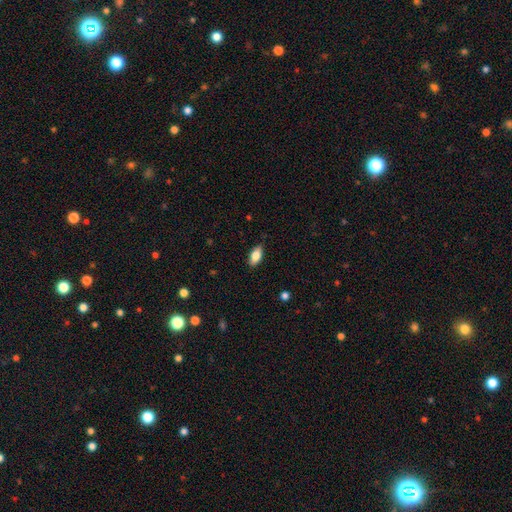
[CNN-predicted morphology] Smooth or featured? Predicted: smooth (p=0.80). How rounded? Predicted: in between (p=0.88). Merging? Predicted: none (p=0.86).